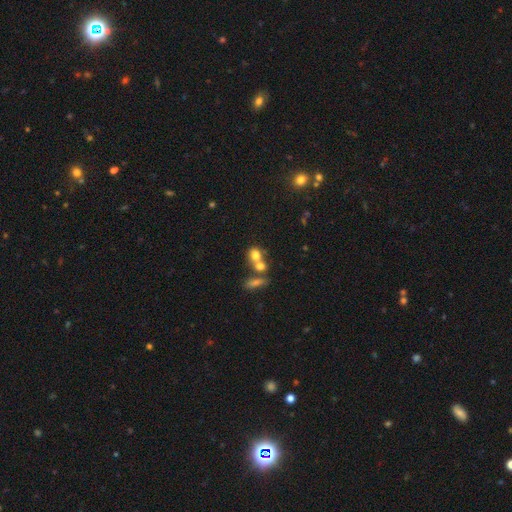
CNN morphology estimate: Smooth or featured: smooth — 72% (featured or disk — 16%)
How rounded: round — 58% (in between — 39%)
Merging: merger — 55% (none — 32%)